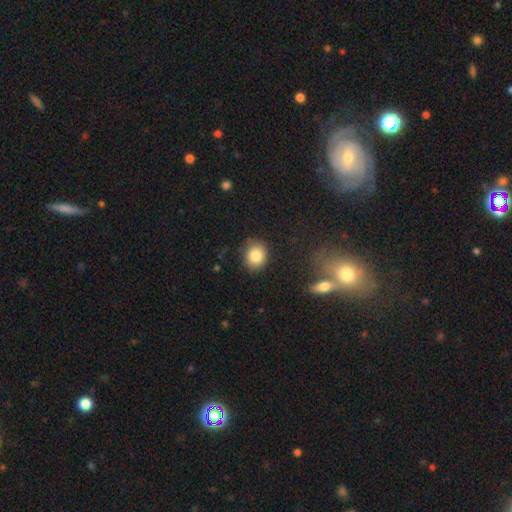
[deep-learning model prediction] Smooth or featured? smooth (83%)
How rounded? round (74%)
Merging? none (83%)